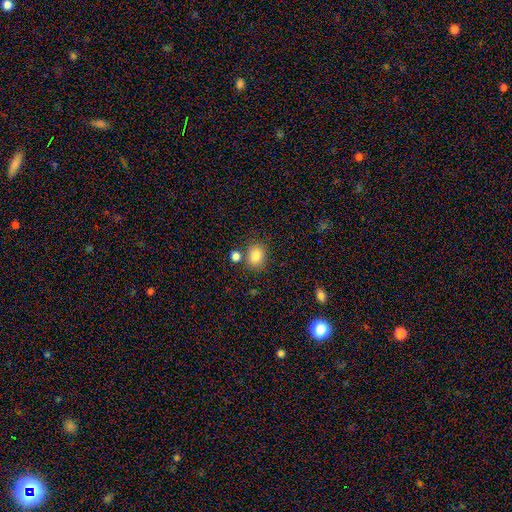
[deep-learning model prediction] A smooth galaxy with no disk features (83%) that is round (60%). Merging: none (71%).